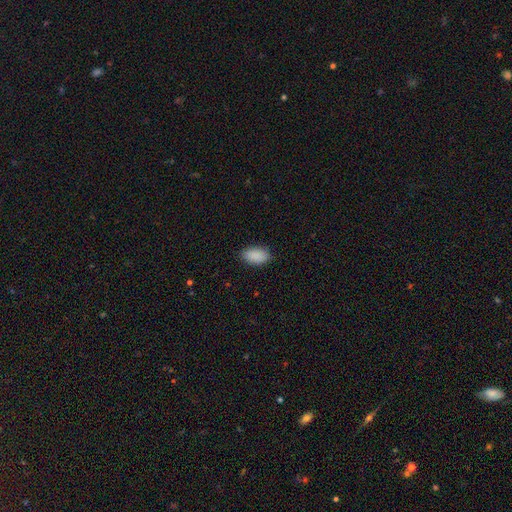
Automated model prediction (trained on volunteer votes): Overall: smooth (90%). How rounded: in between (94%). Merging: none (86%).